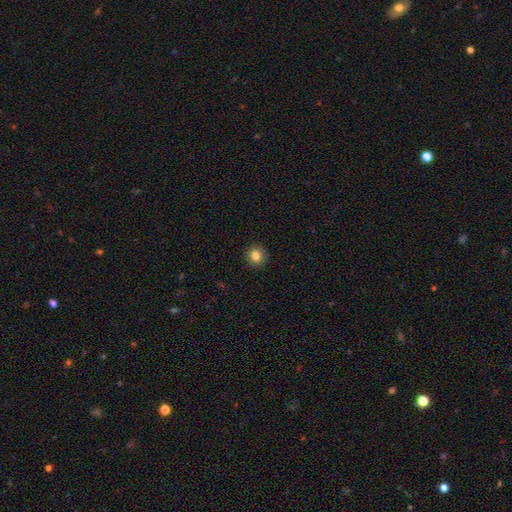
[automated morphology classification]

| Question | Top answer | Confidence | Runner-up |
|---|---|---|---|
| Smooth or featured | smooth | 82% | star or artifact (10%) |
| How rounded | round | 89% | in between (10%) |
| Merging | none | 92% | minor disturbance (6%) |